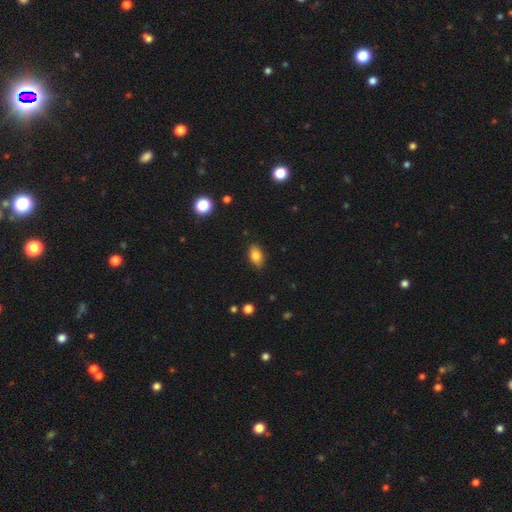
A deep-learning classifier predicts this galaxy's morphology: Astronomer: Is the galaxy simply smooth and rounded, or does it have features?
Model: smooth — 81%.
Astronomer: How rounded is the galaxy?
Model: in between — 88%.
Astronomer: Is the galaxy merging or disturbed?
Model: none — 86%.